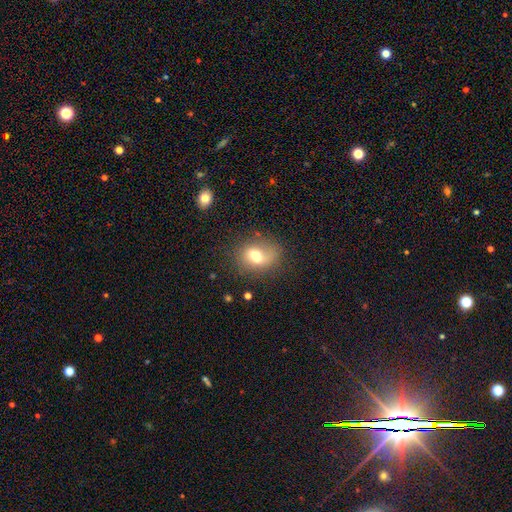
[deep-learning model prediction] Q: Smooth or featured?
A: smooth (67%); runner-up: featured or disk (22%)
Q: How rounded?
A: in between (56%); runner-up: round (42%)
Q: Merging?
A: none (61%); runner-up: minor disturbance (22%)